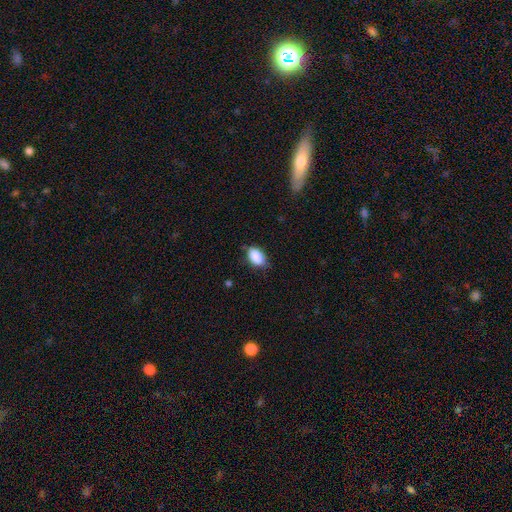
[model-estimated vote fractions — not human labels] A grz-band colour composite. It shows a smooth galaxy with no disk features (86%) that is in between round and cigar-shaped (90%). Merging: none (69%).